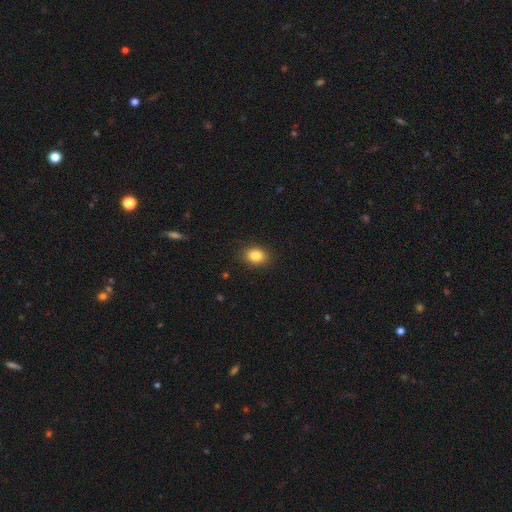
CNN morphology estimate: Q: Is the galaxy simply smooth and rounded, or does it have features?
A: smooth — 84%.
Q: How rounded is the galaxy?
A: in between — 63%.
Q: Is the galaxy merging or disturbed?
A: none — 89%.